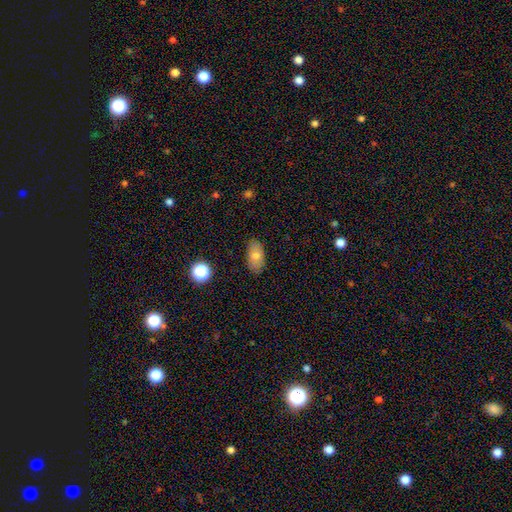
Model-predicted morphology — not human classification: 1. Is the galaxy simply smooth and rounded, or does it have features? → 74% smooth, 17% featured or disk, 9% star or artifact.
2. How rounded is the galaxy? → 92% in between, 6% round, 3% cigar-shaped.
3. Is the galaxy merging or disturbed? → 85% none, 11% minor disturbance, 2% major disturbance, 1% merger.